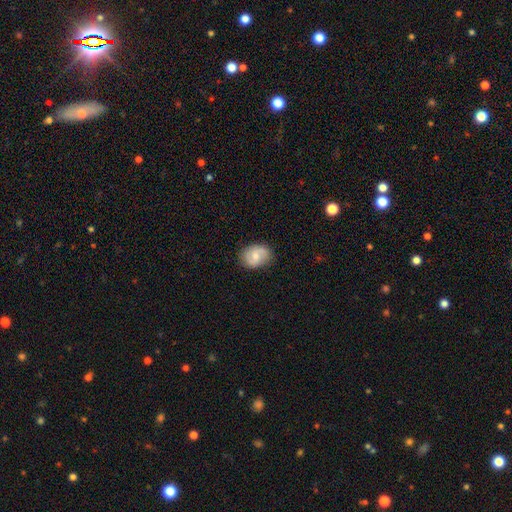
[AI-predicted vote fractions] This is possibly a smooth galaxy (48%). Merging: likely none (80%).